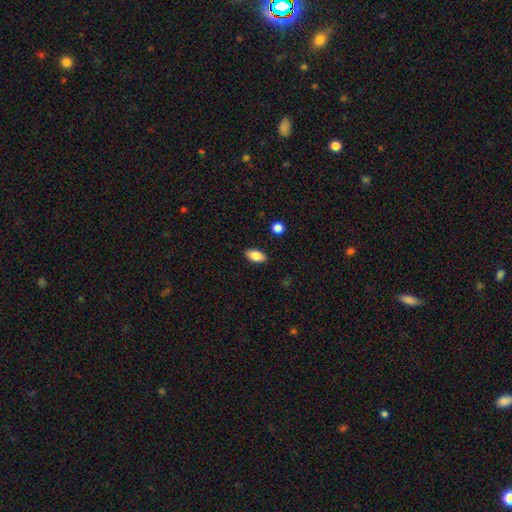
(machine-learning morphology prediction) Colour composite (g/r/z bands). It shows a smooth galaxy with no disk features (86%) that is in between round and cigar-shaped (91%). Merging: none (87%).